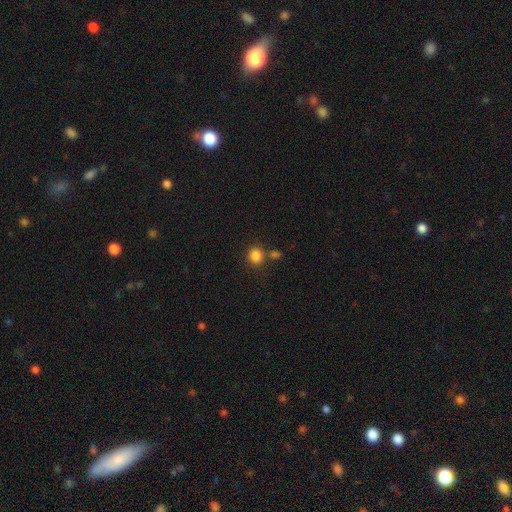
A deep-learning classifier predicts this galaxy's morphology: smooth 85%, star or artifact 11%, featured or disk 4%. Down the decision tree: how rounded — round (82%); merging — none (72%).